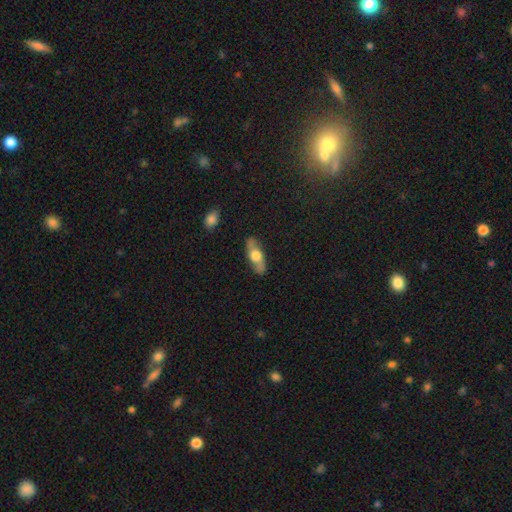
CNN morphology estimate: smooth 47% (tied), featured or disk 47% (tied), star or artifact 6%. Down the decision tree: merging — none (84%).